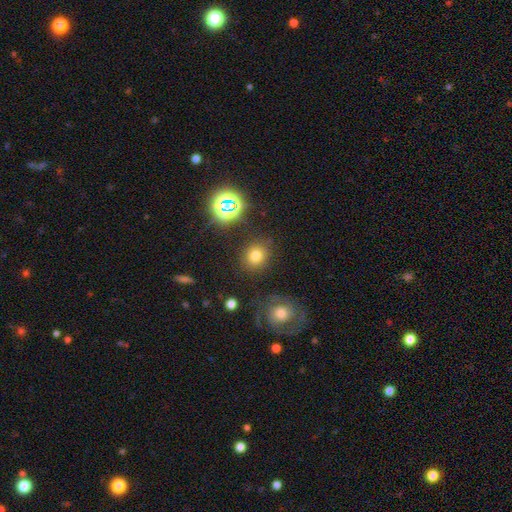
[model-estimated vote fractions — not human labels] smooth 71%, star or artifact 21%, featured or disk 8%. Down the decision tree: how rounded — round (83%); merging — none (85%).